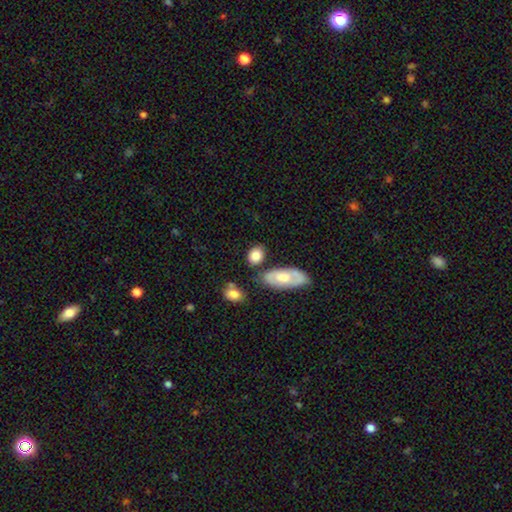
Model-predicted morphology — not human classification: A smooth galaxy with no disk features (80%) that is in between round and cigar-shaped (67%). Merging: none (67%).